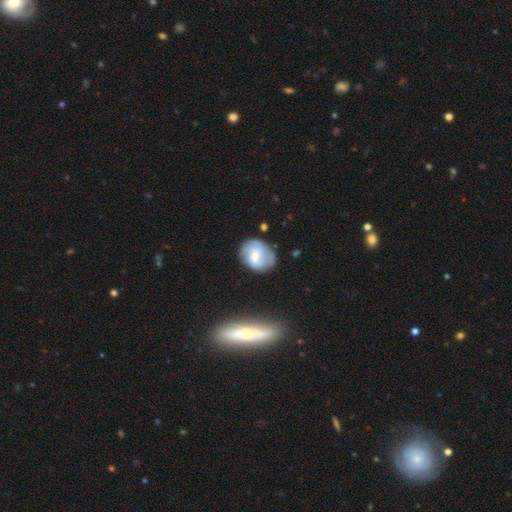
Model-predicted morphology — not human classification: type=featured or disk (47%); merging=none (70%).